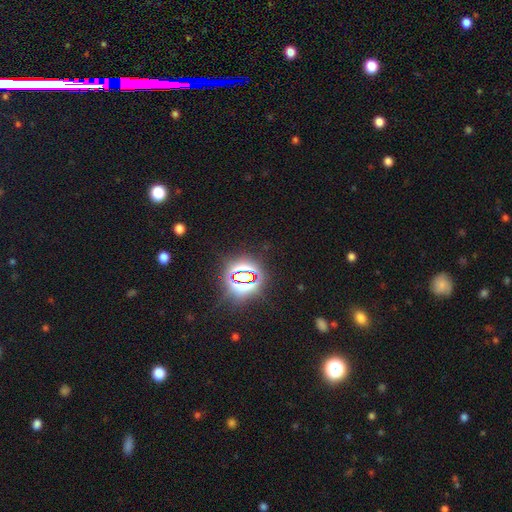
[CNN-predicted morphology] Smooth or featured? star or artifact (79%)